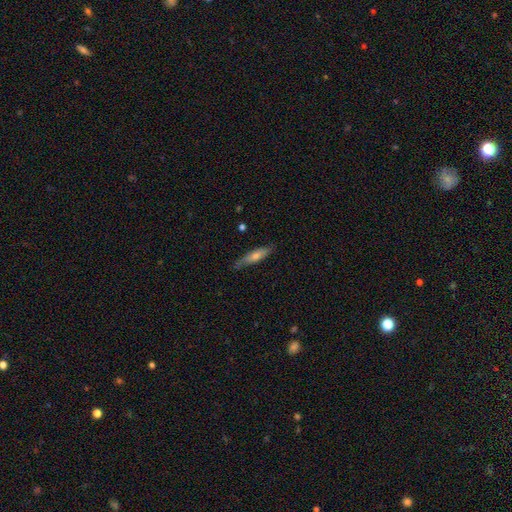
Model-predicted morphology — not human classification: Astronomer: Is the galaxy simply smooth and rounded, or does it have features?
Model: smooth — 51% (runner-up: featured or disk, 43%).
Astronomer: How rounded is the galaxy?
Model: cigar-shaped — 79%.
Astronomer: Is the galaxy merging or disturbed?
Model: none — 75%.